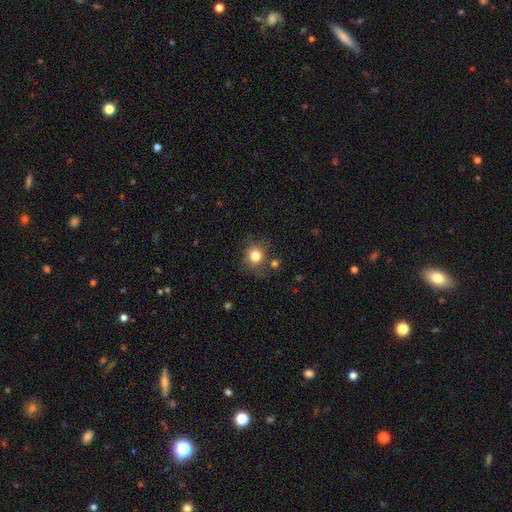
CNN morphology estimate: The model was most divided on "merging": none: 77%, minor disturbance: 13%, merger: 6%, major disturbance: 4%. More confident: how rounded — round (87%); smooth or featured — smooth (80%).